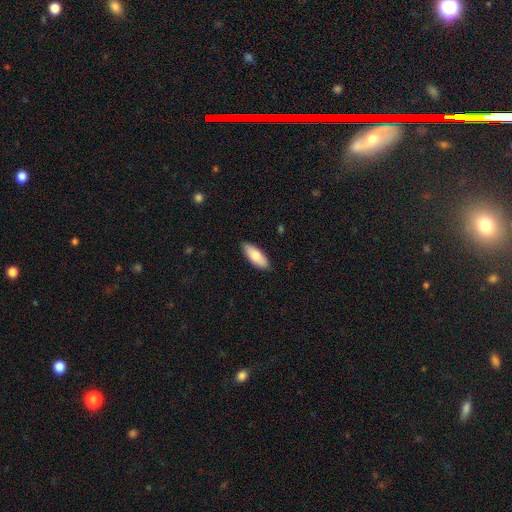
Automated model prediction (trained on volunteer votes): A smooth galaxy with no disk features (80%) that is in between round and cigar-shaped (77%).

Vote fractions:
- Smooth or featured? smooth: 80% / featured or disk: 15% / star or artifact: 6%
- How rounded? in between: 77% / cigar-shaped: 22% / round: 2%
- Merging? none: 87% / minor disturbance: 10% / major disturbance: 2% / merger: 1%